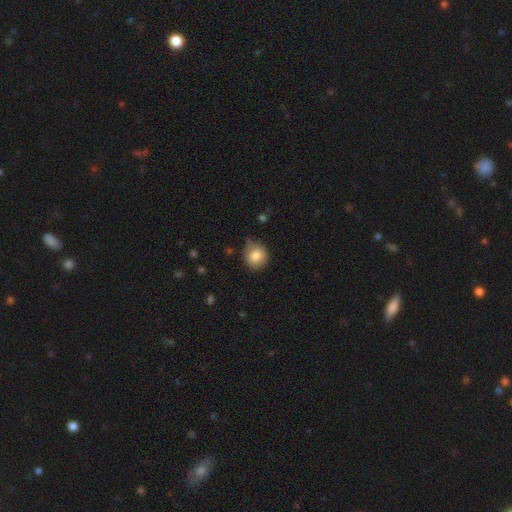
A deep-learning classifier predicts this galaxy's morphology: A smooth galaxy with no disk features (84%) that is round (83%).

Vote fractions:
- Smooth or featured? smooth: 84% / star or artifact: 9% / featured or disk: 7%
- How rounded? round: 83% / in between: 16% / cigar-shaped: 1%
- Merging? none: 63% / minor disturbance: 28% / major disturbance: 6% / merger: 3%